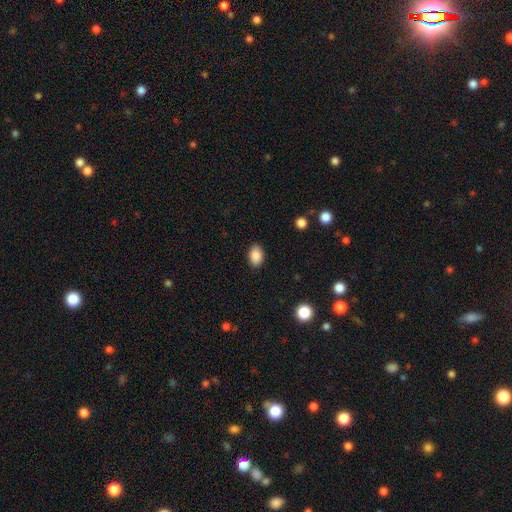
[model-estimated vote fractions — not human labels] Smooth or featured?
  - smooth: 88% *
  - star or artifact: 8%
  - featured or disk: 4%
How rounded?
  - in between: 85% *
  - round: 14%
  - cigar-shaped: 1%
Merging?
  - none: 88% *
  - minor disturbance: 9%
  - major disturbance: 2%
  - merger: 1%